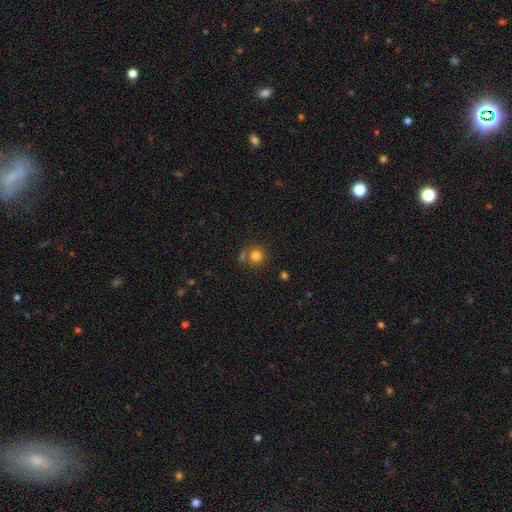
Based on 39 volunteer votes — Smooth or featured: smooth — 85% (featured or disk — 8%)
How rounded: round — 97% (in between — 3%)
Merging: none — 53% (merger — 28%)